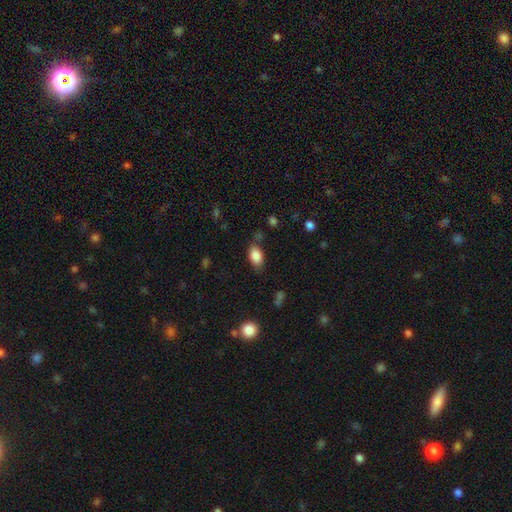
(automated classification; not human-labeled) smooth 85%, star or artifact 8%, featured or disk 7%. Down the decision tree: how rounded — in between (90%); merging — none (71%).